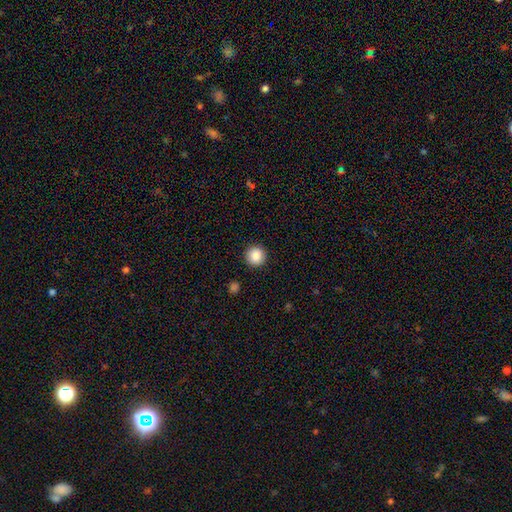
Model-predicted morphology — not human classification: Smooth or featured: smooth — 87% (star or artifact — 9%)
How rounded: round — 96% (in between — 3%)
Merging: none — 93% (minor disturbance — 5%)